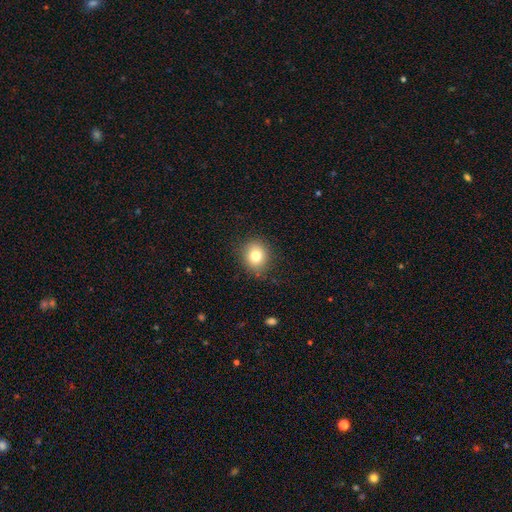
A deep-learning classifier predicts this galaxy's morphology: Smooth or featured? Predicted: smooth (p=0.80). How rounded? Predicted: round (p=0.75). Merging? Predicted: none (p=0.86).